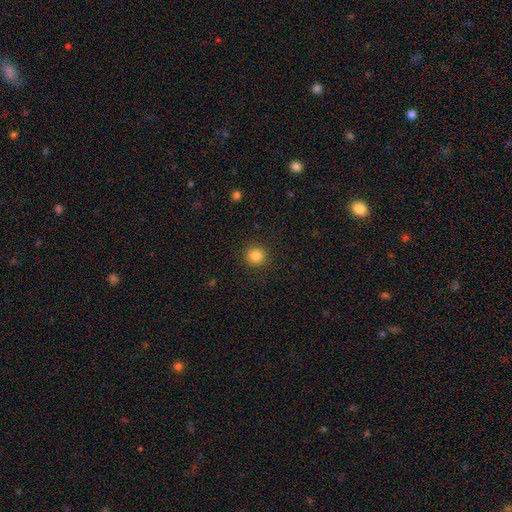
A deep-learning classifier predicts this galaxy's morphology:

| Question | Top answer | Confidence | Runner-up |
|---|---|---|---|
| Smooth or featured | smooth | 84% | star or artifact (11%) |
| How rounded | round | 94% | in between (5%) |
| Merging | none | 92% | minor disturbance (5%) |